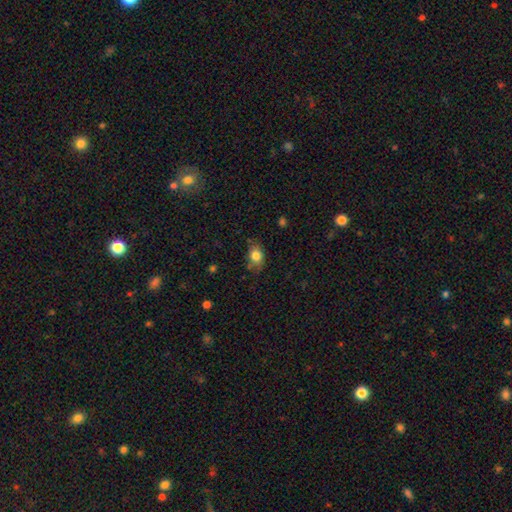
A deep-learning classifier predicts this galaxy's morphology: Q: Smooth or featured?
A: smooth (82%); runner-up: star or artifact (9%)
Q: How rounded?
A: in between (67%); runner-up: round (32%)
Q: Merging?
A: none (69%); runner-up: minor disturbance (24%)